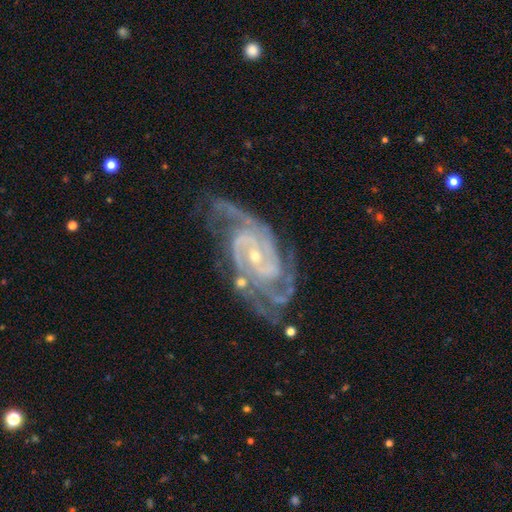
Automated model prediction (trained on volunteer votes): smooth-or-featured: featured or disk: 92% | star or artifact: 5% | smooth: 2%
  disk-edge-on: no: 97% | yes: 3%
    bar: no: 49% | weak: 35% | strong: 16%
    has-spiral-arms: yes: 99% | no: 1%
      spiral-winding: tight: 60% | medium: 35% | loose: 5%
      spiral-arm-count: 3: 30% (tied) | 2: 30% (tied) | 4: 16% | can't tell: 12% | more than 4: 7% | 1: 6%
    bulge-size: small: 74% | moderate: 23% | none: 1% | large: 1% | dominant: 1%
  merging: none: 66% | minor disturbance: 21% | major disturbance: 10% | merger: 3%